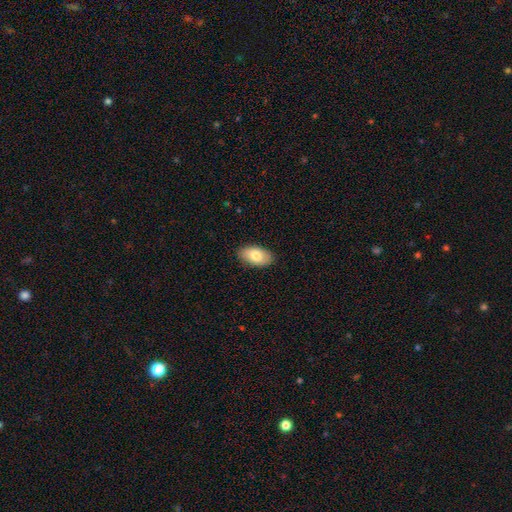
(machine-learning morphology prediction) A smooth galaxy with no disk features (80%) that is in between round and cigar-shaped (94%). Merging: none (88%).